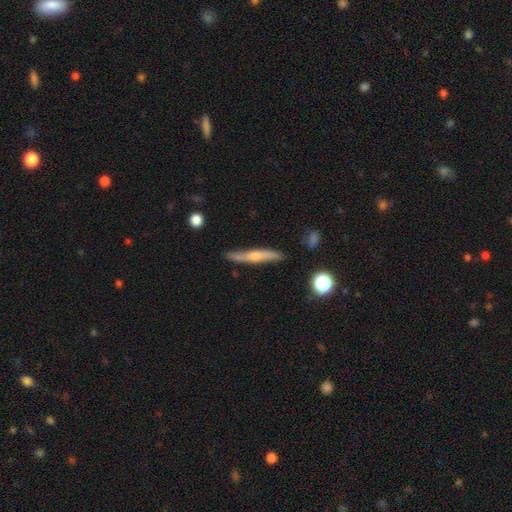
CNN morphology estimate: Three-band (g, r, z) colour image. It shows a featured or disk galaxy (66%) viewed edge-on (94%) with a rounded central bulge (80%). Merging: none (86%).